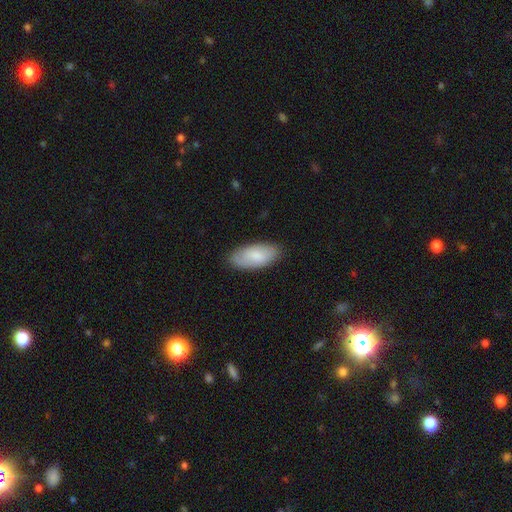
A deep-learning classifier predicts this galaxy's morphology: type=smooth (76%); roundness=in between (93%); merging=none (84%).